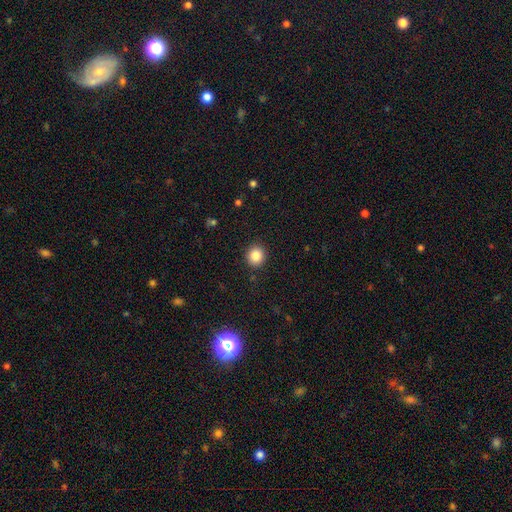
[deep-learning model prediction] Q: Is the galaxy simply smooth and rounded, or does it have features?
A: smooth — 84%.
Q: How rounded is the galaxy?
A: round — 86%.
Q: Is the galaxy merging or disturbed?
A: none — 91%.